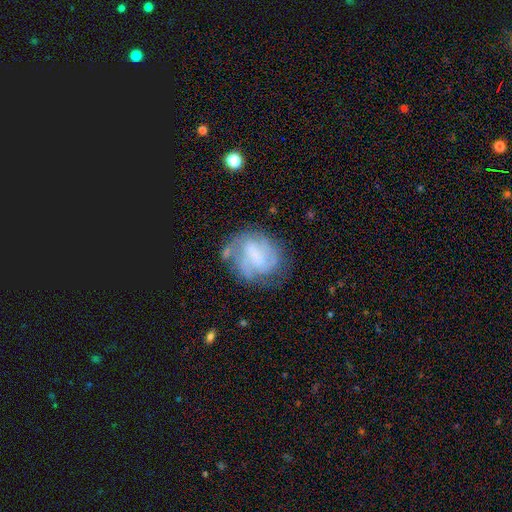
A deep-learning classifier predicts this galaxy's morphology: Overall: featured or disk (65%; smooth 26%). Edge-on disk: no (98%). Bar: weak (41%; no 38%). Spiral arms: yes (78%). Bulge size: none (46%; small 24%). Merging: none (54%; minor disturbance 24%).